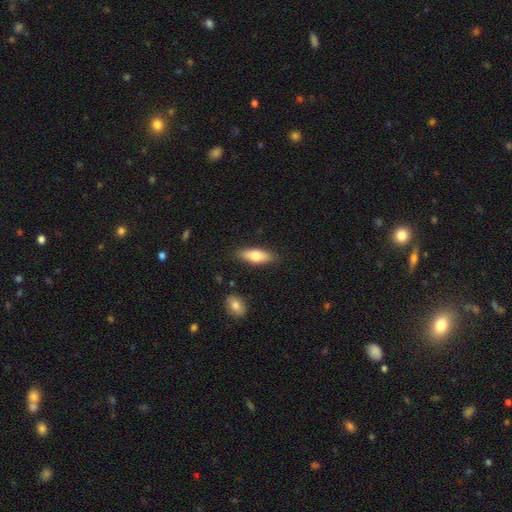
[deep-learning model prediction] The model was most divided on "how rounded": in between: 68%, cigar-shaped: 30%, round: 3%. More confident: merging — none (85%); smooth or featured — smooth (70%).